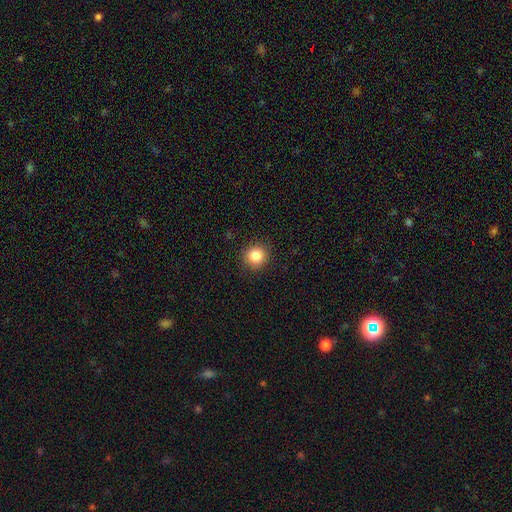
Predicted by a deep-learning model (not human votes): A smooth galaxy with no disk features (85%) that is round (92%).

Vote fractions:
- Smooth or featured? smooth: 85% / star or artifact: 10% / featured or disk: 4%
- How rounded? round: 92% / in between: 8% / cigar-shaped: 1%
- Merging? none: 91% / minor disturbance: 6% / major disturbance: 2% / merger: 1%